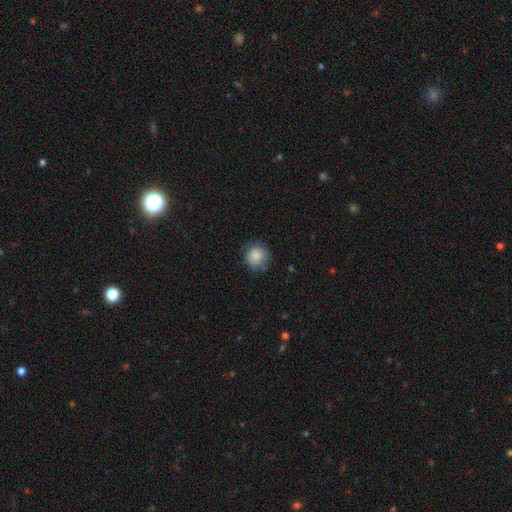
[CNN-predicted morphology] Overall: smooth (86%). How rounded: round (90%). Merging: none (73%).